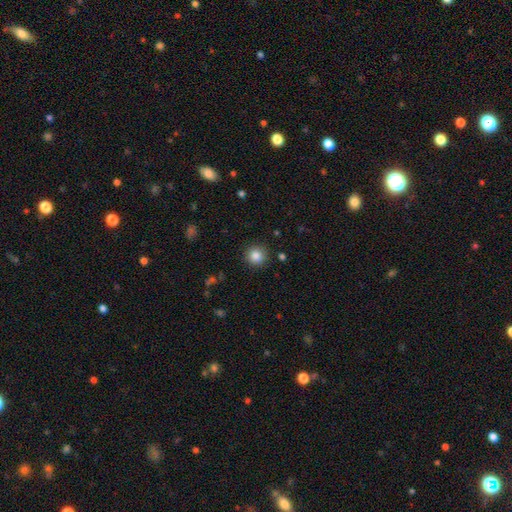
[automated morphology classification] This appears to be a smooth galaxy with no disk features (86%) that is round (94%). Merging: none (90%).